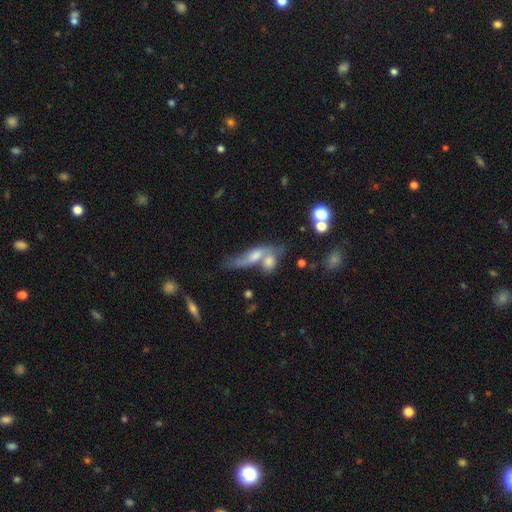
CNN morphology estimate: smooth_or_featured: featured or disk (p=0.47) [alt: smooth p=0.39]
merging: merger (p=0.51) [alt: none p=0.26]